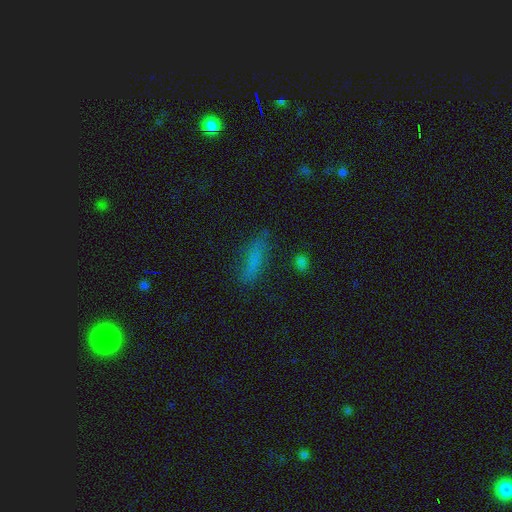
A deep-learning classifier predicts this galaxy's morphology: Smooth or featured? Predicted: smooth (p=0.71). How rounded? Predicted: cigar-shaped (p=0.70). Merging? Predicted: none (p=0.74).